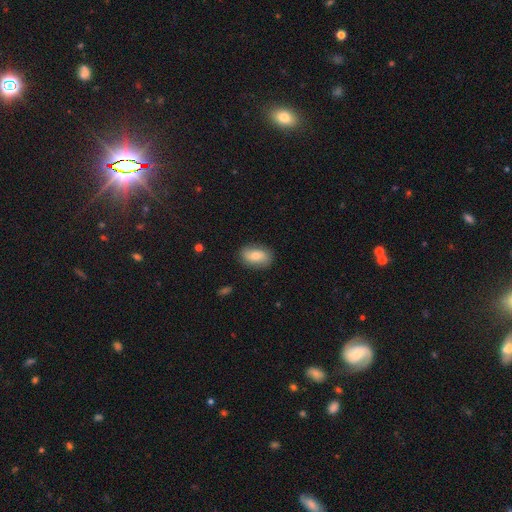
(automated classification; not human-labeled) Morphology: type=smooth (67%); roundness=in between (88%); merging=none (83%).